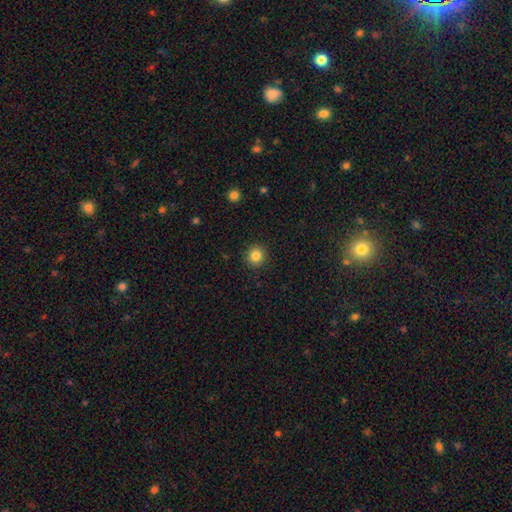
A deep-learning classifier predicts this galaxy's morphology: Smooth or featured?
  - smooth: 84% *
  - star or artifact: 11%
  - featured or disk: 5%
How rounded?
  - round: 93% *
  - in between: 6%
  - cigar-shaped: 1%
Merging?
  - none: 92% *
  - minor disturbance: 5%
  - major disturbance: 2%
  - merger: 1%